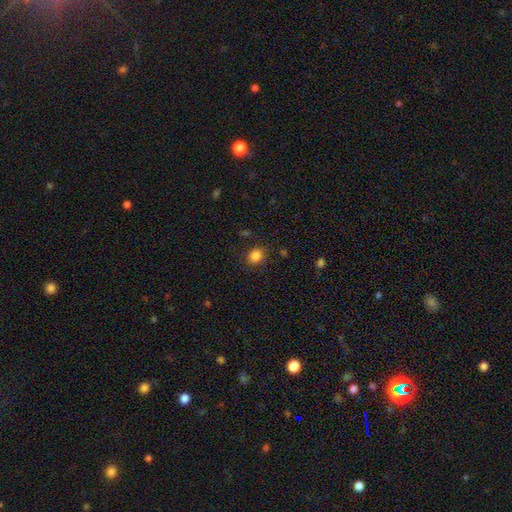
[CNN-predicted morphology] A smooth galaxy with no disk features (84%) that is round (61%).

Vote fractions:
- Smooth or featured? smooth: 84% / star or artifact: 11% / featured or disk: 5%
- How rounded? round: 61% / in between: 38% / cigar-shaped: 1%
- Merging? none: 83% / minor disturbance: 12% / major disturbance: 3% / merger: 2%